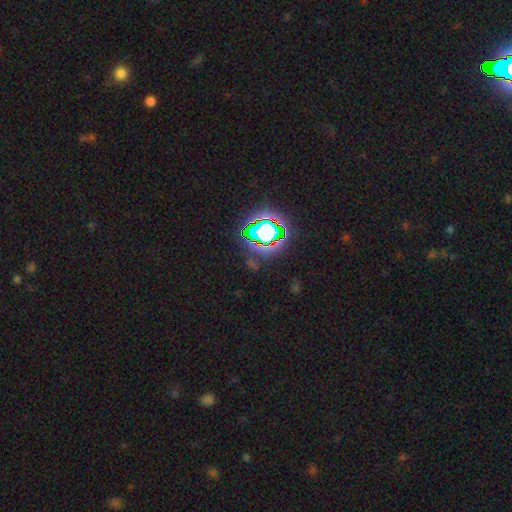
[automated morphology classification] star or artifact 81%, smooth 12%, featured or disk 8%.